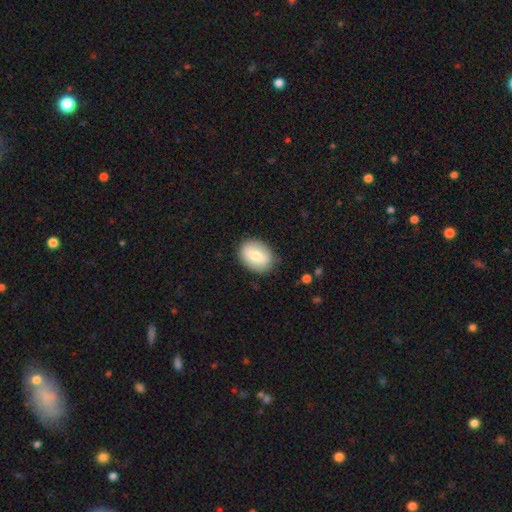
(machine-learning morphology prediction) Smooth or featured: smooth — 71% (featured or disk — 22%)
How rounded: in between — 69% (round — 29%)
Merging: none — 83% (minor disturbance — 13%)